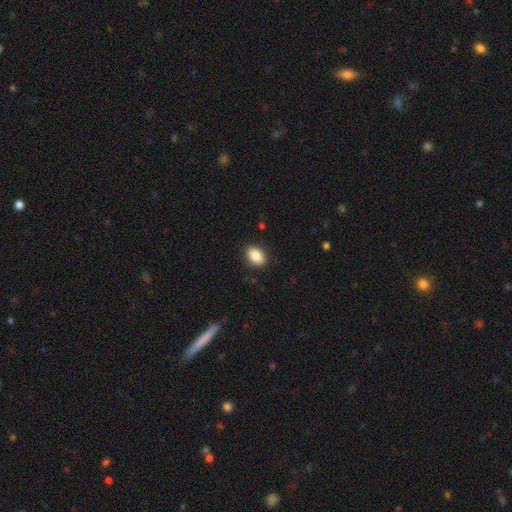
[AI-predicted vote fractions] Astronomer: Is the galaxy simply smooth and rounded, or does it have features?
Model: smooth — 88%.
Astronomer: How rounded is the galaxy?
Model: in between — 82%.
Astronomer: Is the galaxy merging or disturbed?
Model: none — 89%.